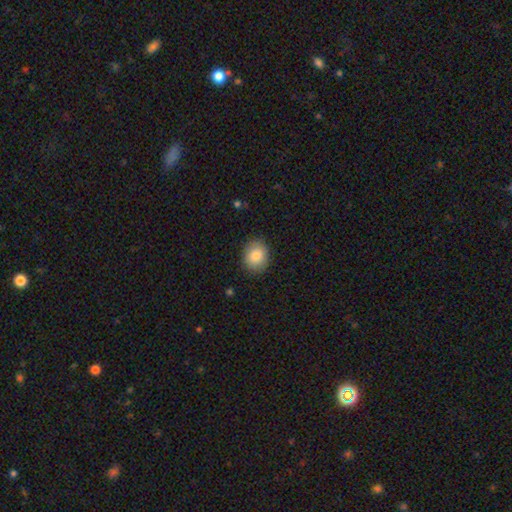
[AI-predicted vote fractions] The model was most divided on "how rounded": round: 57%, in between: 42%, cigar-shaped: 1%. More confident: merging — none (88%); smooth or featured — smooth (85%).